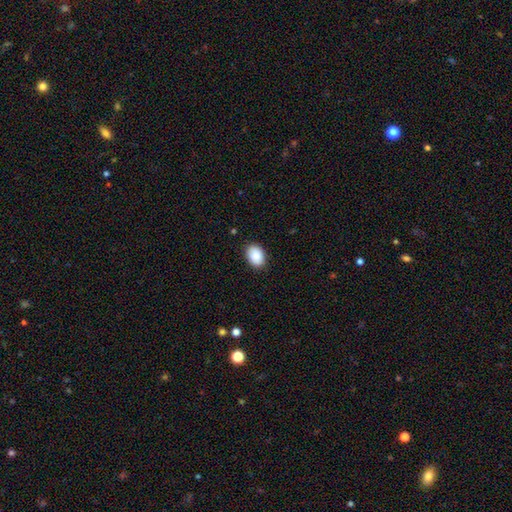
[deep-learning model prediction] This appears to be a smooth galaxy with no disk features (89%) that is in between round and cigar-shaped (79%). Merging: none (88%).